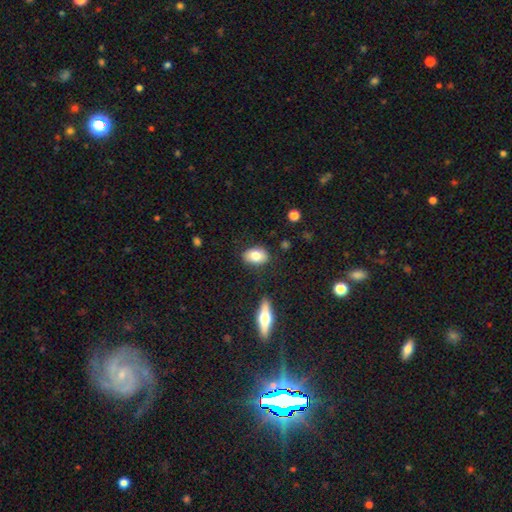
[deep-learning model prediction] A smooth galaxy with no disk features (79%) that is in between round and cigar-shaped (85%). Merging: none (84%).